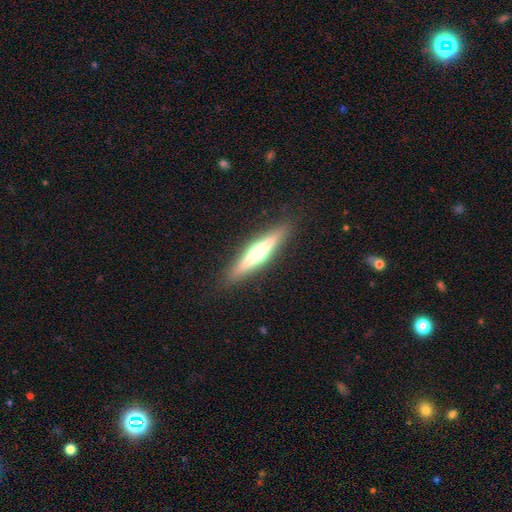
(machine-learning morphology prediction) smooth_or_featured: featured or disk (p=0.61) [alt: smooth p=0.33]
disk_edge_on: yes (p=0.95) [alt: no p=0.05]
edge_on_bulge: rounded (p=0.85) [alt: none p=0.08]
merging: none (p=0.90) [alt: minor disturbance p=0.07]